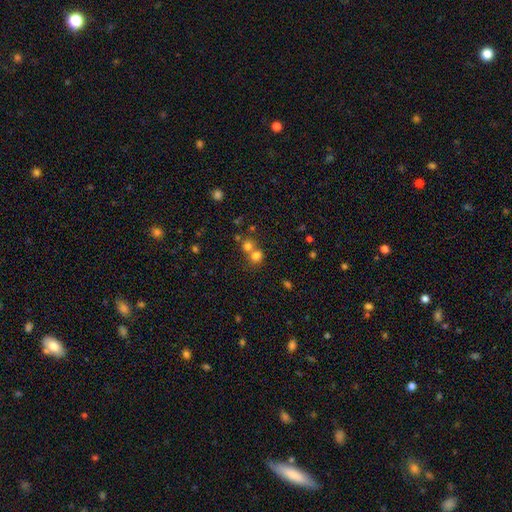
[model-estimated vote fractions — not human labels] Smooth or featured?
  - smooth: 74% *
  - star or artifact: 16%
  - featured or disk: 10%
How rounded?
  - round: 73% *
  - in between: 26%
  - cigar-shaped: 1%
Merging?
  - merger: 51% *
  - none: 40%
  - minor disturbance: 6%
  - major disturbance: 3%